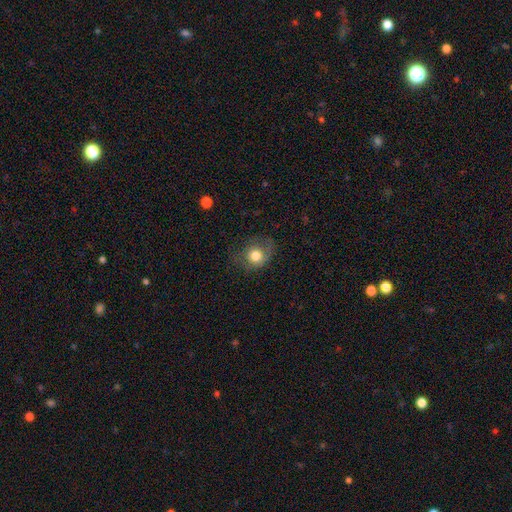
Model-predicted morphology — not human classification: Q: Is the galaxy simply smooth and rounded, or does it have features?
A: smooth — 75%.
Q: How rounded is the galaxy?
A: round — 70%.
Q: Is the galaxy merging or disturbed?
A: none — 53%.